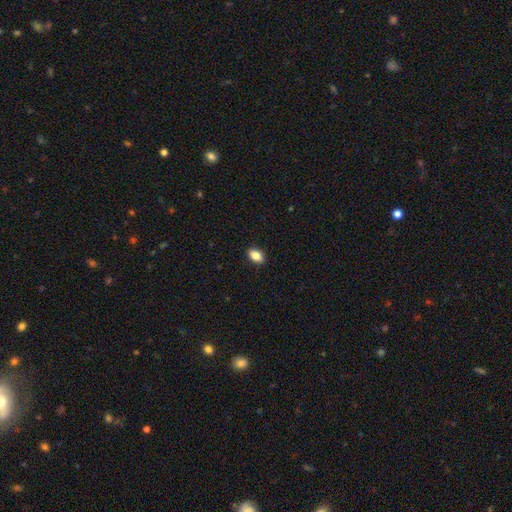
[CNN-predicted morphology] This is clearly a smooth galaxy (85%). How rounded: clearly in between (86%). Merging: clearly none (91%).